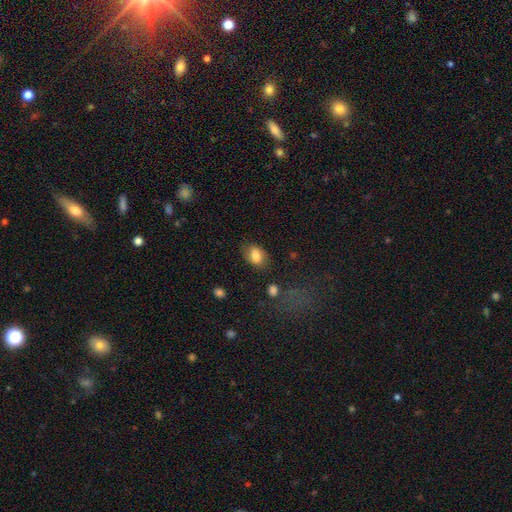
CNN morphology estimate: The model was most divided on "merging": none: 76%, minor disturbance: 16%, major disturbance: 5%, merger: 3%. More confident: how rounded — in between (81%); smooth or featured — smooth (78%).